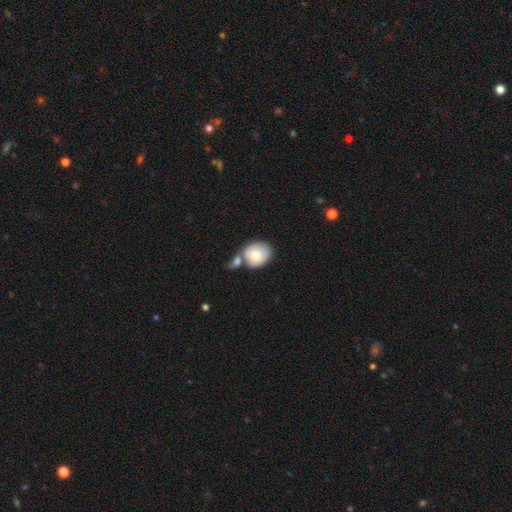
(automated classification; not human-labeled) A smooth galaxy with no disk features (76%) that is round (58%).

Vote fractions:
- Smooth or featured? smooth: 76% / featured or disk: 18% / star or artifact: 6%
- How rounded? round: 58% / in between: 41% / cigar-shaped: 1%
- Merging? none: 45% / merger: 36% / minor disturbance: 14% / major disturbance: 5%